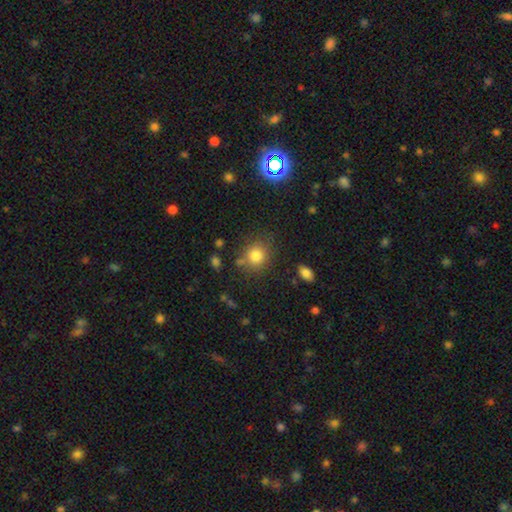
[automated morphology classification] Q: Smooth or featured?
A: smooth (81%); runner-up: star or artifact (12%)
Q: How rounded?
A: round (82%); runner-up: in between (17%)
Q: Merging?
A: none (75%); runner-up: minor disturbance (14%)